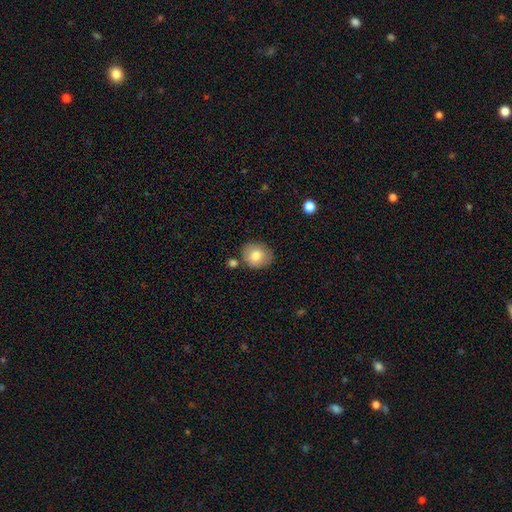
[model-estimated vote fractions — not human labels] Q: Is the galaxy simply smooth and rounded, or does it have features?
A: smooth — 78%.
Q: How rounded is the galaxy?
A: round — 66%.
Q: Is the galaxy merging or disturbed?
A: none — 77%.